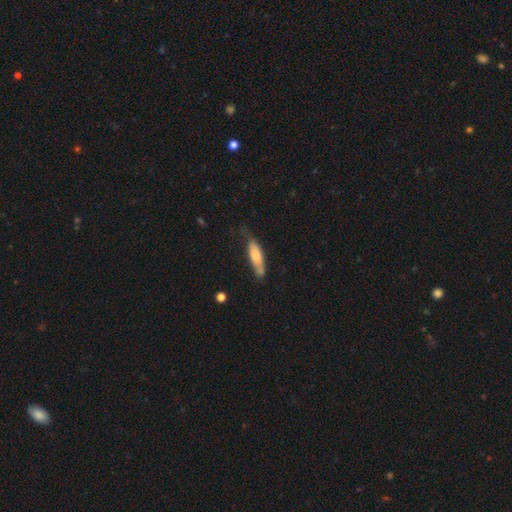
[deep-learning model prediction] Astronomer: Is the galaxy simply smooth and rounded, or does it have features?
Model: smooth — 74%.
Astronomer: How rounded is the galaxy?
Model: cigar-shaped — 61% (runner-up: in between, 37%).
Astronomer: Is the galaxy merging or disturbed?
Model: none — 48% (runner-up: minor disturbance, 36%).